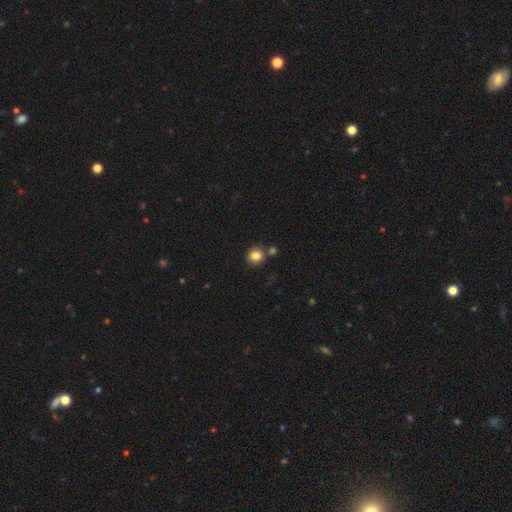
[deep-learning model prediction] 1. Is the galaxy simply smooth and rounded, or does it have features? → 83% smooth, 11% star or artifact, 6% featured or disk.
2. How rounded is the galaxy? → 82% round, 17% in between, 1% cigar-shaped.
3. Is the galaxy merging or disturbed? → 74% none, 14% merger, 10% minor disturbance, 3% major disturbance.